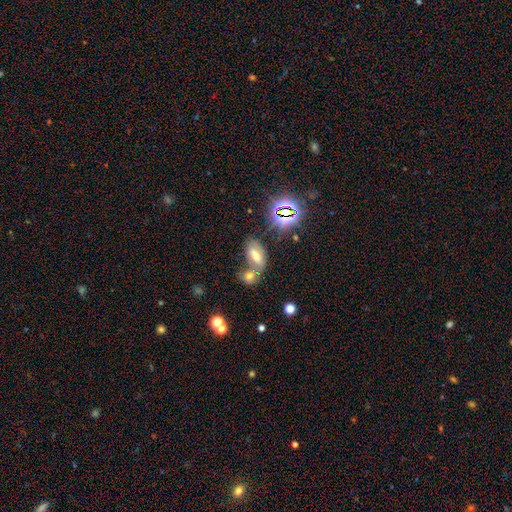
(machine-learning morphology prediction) A smooth galaxy with no disk features (49%). Merging: merger (47%).